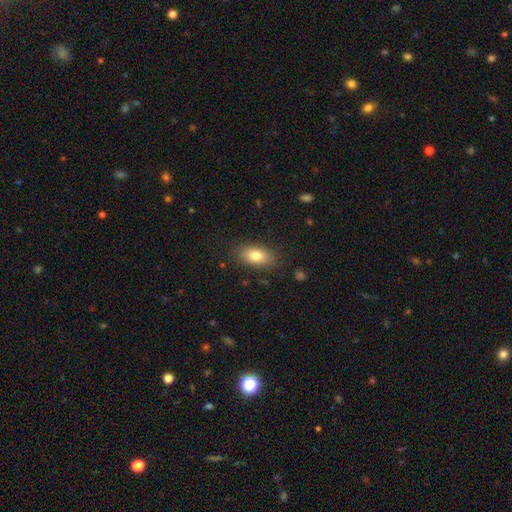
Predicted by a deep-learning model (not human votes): A smooth galaxy with no disk features (81%) that is in between round and cigar-shaped (88%). Merging: none (85%).